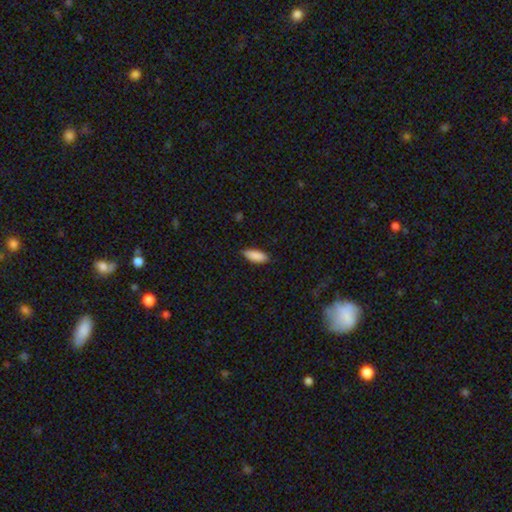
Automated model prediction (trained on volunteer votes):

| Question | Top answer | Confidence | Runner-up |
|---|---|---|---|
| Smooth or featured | smooth | 89% | star or artifact (6%) |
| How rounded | in between | 76% | cigar-shaped (22%) |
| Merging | none | 85% | minor disturbance (12%) |